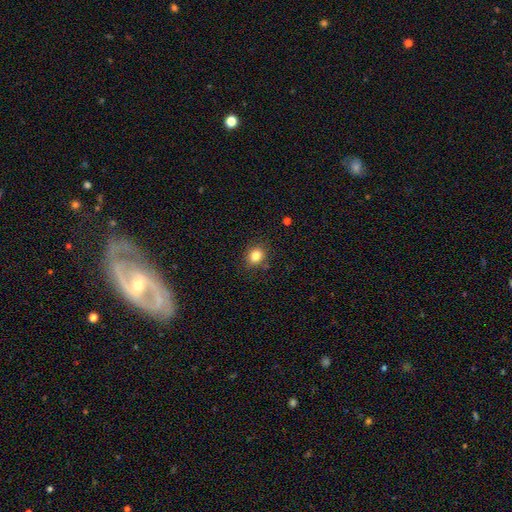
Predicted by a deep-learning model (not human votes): This is clearly a smooth galaxy (82%). How rounded: likely round (73%). Merging: clearly none (85%).